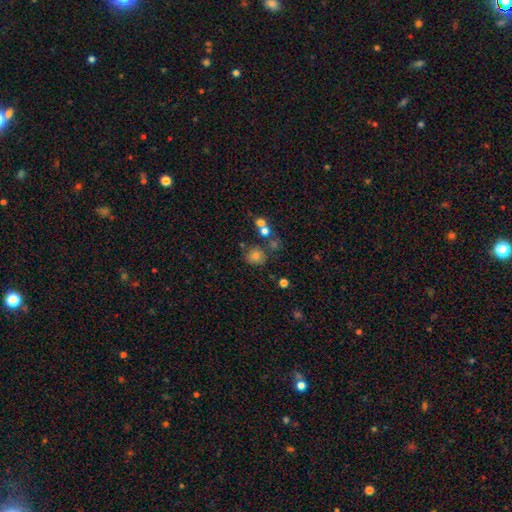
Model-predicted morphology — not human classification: Smooth or featured? smooth (72%)
How rounded? round (81%)
Merging? none (69%)